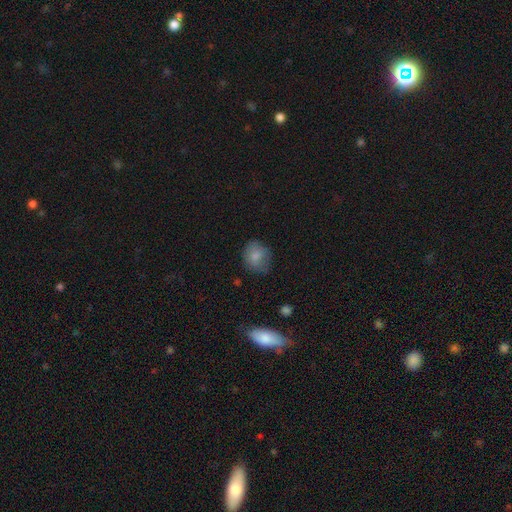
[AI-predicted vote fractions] Morphology: type=smooth (78%); roundness=round (69%); merging=none (64%).